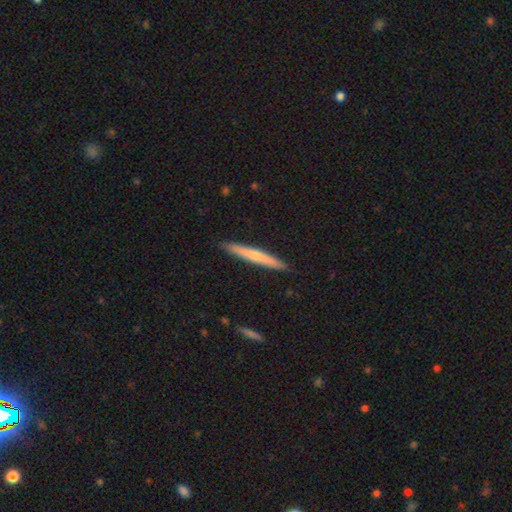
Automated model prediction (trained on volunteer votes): smooth 52%, featured or disk 42%, star or artifact 6%. Down the decision tree: how rounded — cigar-shaped (96%); merging — none (91%).